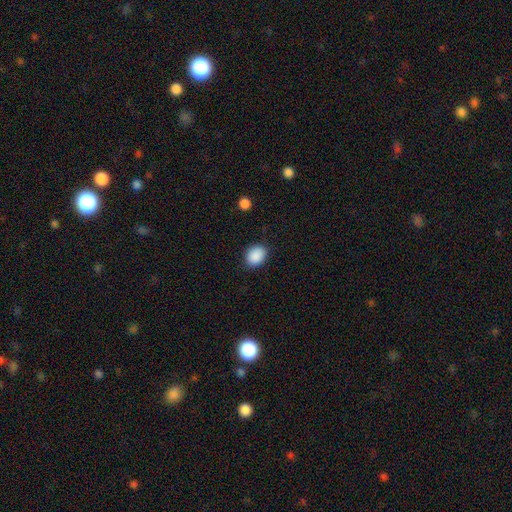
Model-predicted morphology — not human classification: The model was most divided on "how rounded": in between: 56%, round: 43%, cigar-shaped: 1%. More confident: smooth or featured — smooth (89%); merging — none (86%).